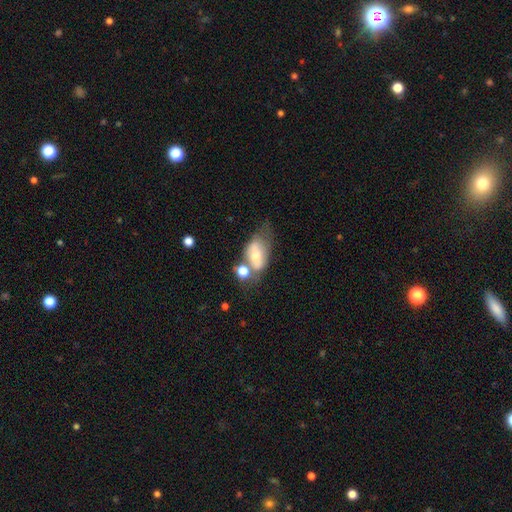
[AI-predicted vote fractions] The model was most divided on "merging": merger: 34%, none: 27%, minor disturbance: 21%, major disturbance: 18%. More confident: how rounded — in between (85%); smooth or featured — smooth (56%).